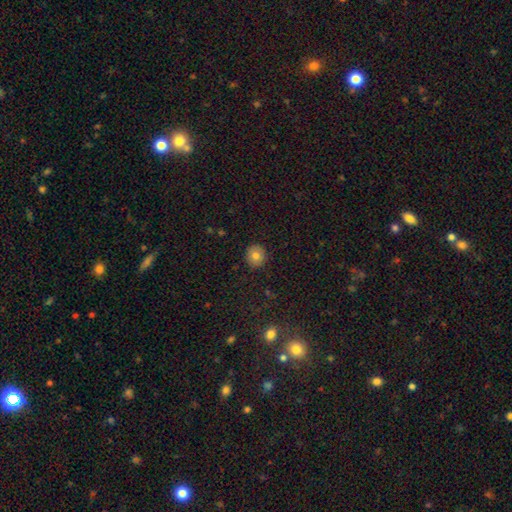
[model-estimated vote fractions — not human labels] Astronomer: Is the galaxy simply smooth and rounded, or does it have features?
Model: smooth — 78%.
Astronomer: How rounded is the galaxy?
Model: round — 91%.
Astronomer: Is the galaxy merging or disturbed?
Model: none — 90%.